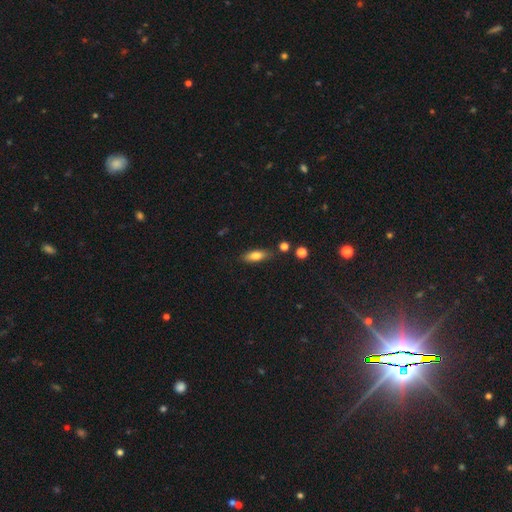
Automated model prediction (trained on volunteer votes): Q: Smooth or featured?
A: smooth (75%); runner-up: featured or disk (17%)
Q: How rounded?
A: in between (67%); runner-up: cigar-shaped (30%)
Q: Merging?
A: none (78%); runner-up: minor disturbance (14%)